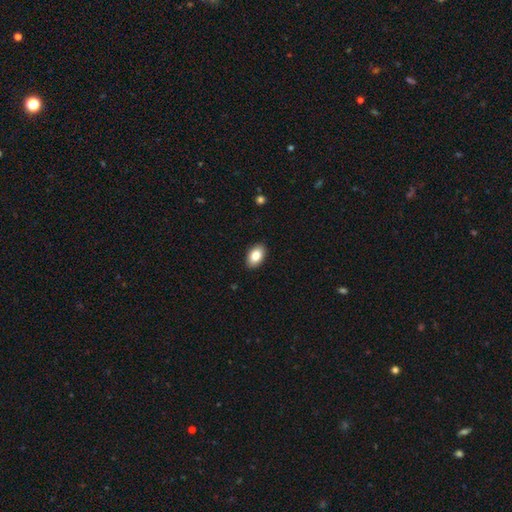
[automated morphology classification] Smooth or featured: smooth — 85% (featured or disk — 8%)
How rounded: in between — 92% (round — 7%)
Merging: none — 90% (minor disturbance — 8%)